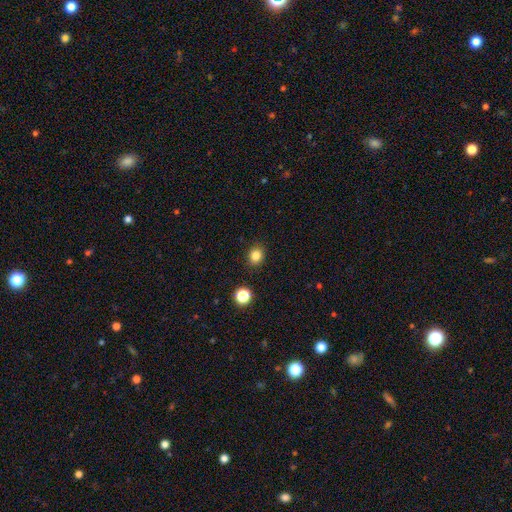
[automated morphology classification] Smooth or featured? smooth (83%)
How rounded? round (67%)
Merging? none (89%)